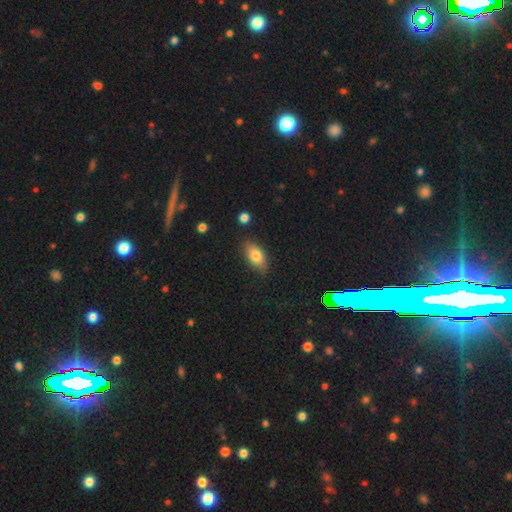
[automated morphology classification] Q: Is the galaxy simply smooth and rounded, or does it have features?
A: smooth — 78%.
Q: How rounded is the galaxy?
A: in between — 88%.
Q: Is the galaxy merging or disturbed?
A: none — 82%.